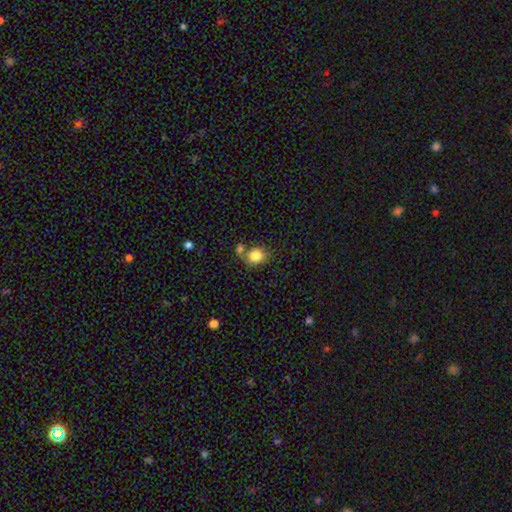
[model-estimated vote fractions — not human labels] Overall: smooth (84%). How rounded: round (68%; in between 31%). Merging: none (60%; merger 23%).